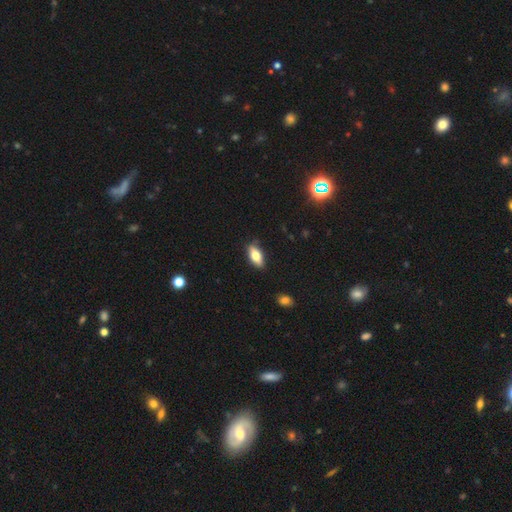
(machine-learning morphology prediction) Smooth or featured?
  - smooth: 72% *
  - featured or disk: 22%
  - star or artifact: 7%
How rounded?
  - in between: 83% *
  - cigar-shaped: 14%
  - round: 3%
Merging?
  - none: 83% *
  - minor disturbance: 13%
  - major disturbance: 2%
  - merger: 1%